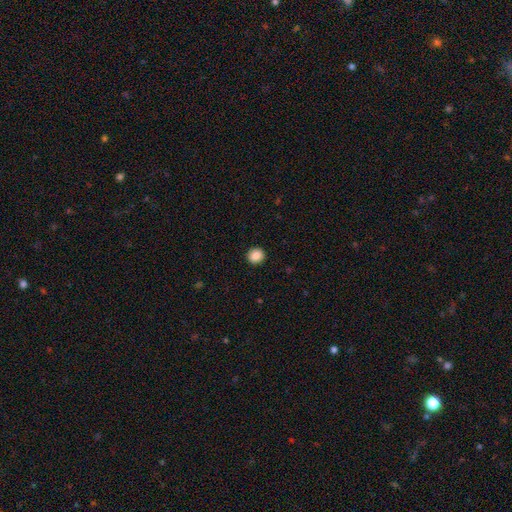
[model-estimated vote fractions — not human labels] The model was most divided on "how rounded": round: 88%, in between: 11%, cigar-shaped: 1%. More confident: merging — none (92%); smooth or featured — smooth (88%).